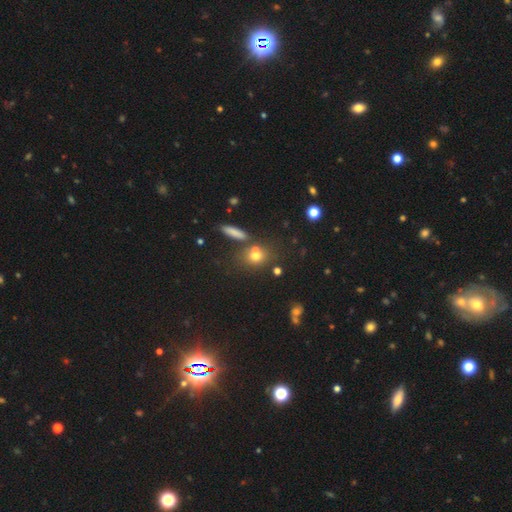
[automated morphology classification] A smooth galaxy with no disk features (67%) that is round (62%). Merging: none (58%).